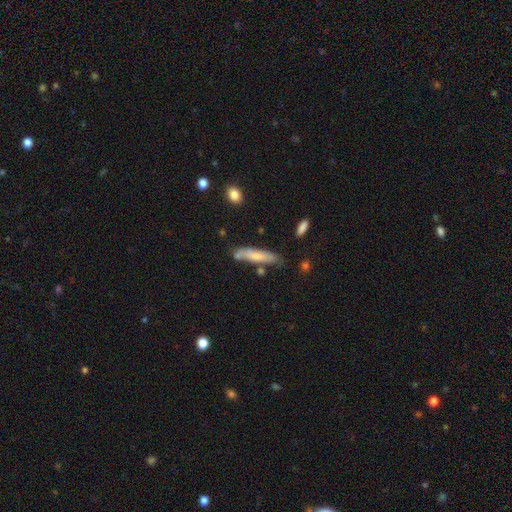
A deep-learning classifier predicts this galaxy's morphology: Smooth or featured? smooth (65%)
How rounded? cigar-shaped (82%)
Merging? none (66%)